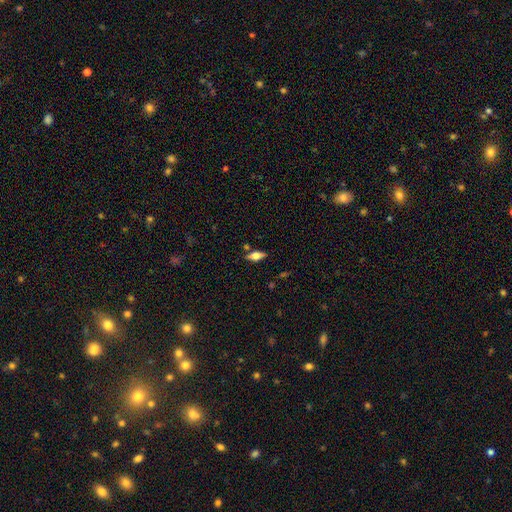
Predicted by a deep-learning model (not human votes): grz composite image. It shows a smooth galaxy with no disk features (54%) that is in between round and cigar-shaped (75%). Merging: none (81%).